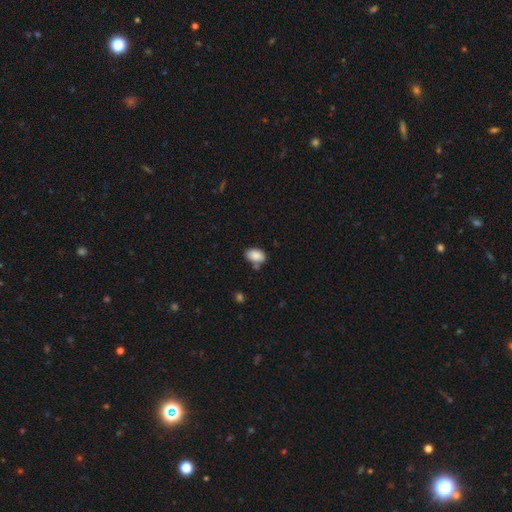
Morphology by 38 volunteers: This is clearly a smooth galaxy (89%). How rounded: clearly in between (88%). Merging: possibly none (56%).